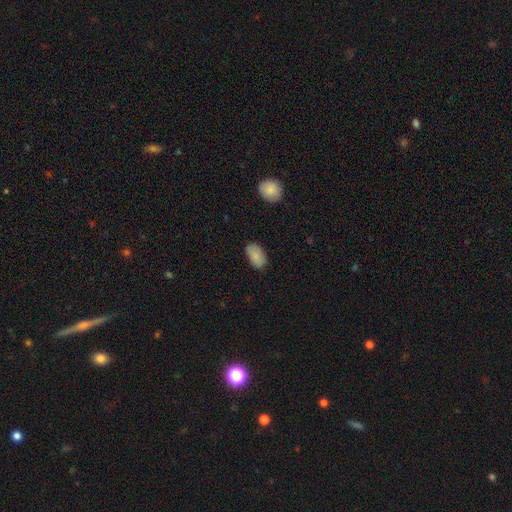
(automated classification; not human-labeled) This appears to be a smooth galaxy with no disk features (86%) that is in between round and cigar-shaped (93%). Merging: none (80%).